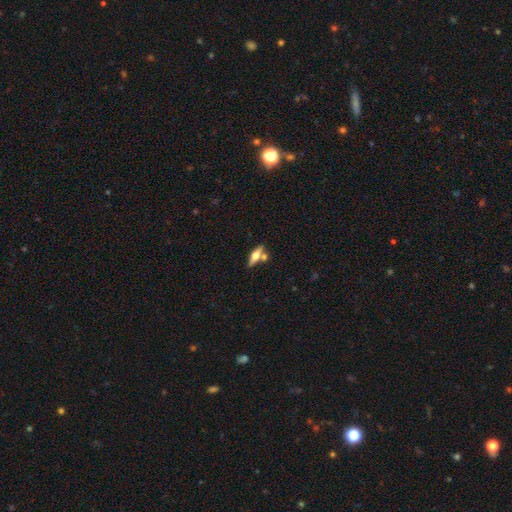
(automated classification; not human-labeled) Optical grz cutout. It shows a featured or disk galaxy (54%) viewed edge-on (91%). Merging: none (65%).